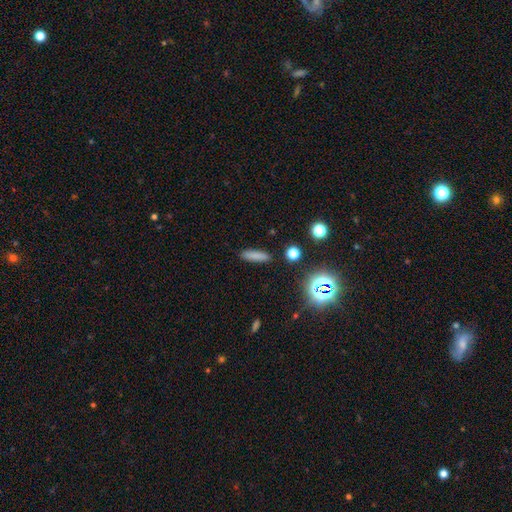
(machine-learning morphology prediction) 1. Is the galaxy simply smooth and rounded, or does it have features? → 80% smooth, 13% star or artifact, 7% featured or disk.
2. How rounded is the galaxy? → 74% cigar-shaped, 23% in between, 3% round.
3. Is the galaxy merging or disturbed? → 89% none, 7% minor disturbance, 2% major disturbance, 2% merger.